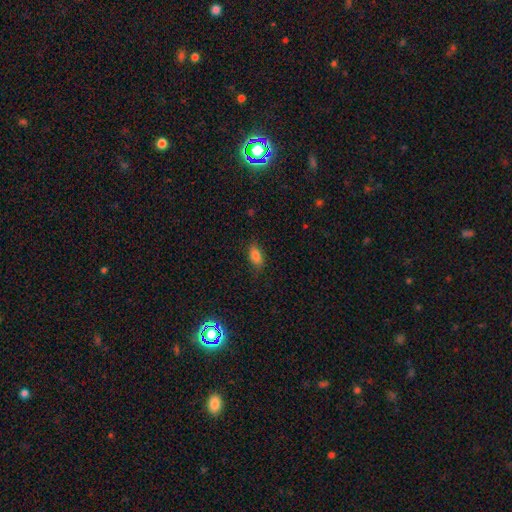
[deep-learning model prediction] smooth-or-featured: smooth: 81% | star or artifact: 10% | featured or disk: 9%
  how-rounded: in between: 89% | round: 6% | cigar-shaped: 5%
  merging: none: 79% | minor disturbance: 16% | major disturbance: 4% | merger: 1%